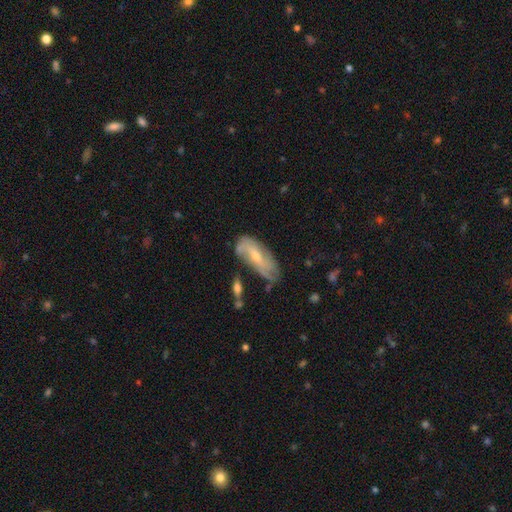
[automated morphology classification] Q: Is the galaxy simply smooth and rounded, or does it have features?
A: featured or disk — 58%.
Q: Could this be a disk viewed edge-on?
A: no — 84%.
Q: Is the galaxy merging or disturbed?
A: none — 55%.